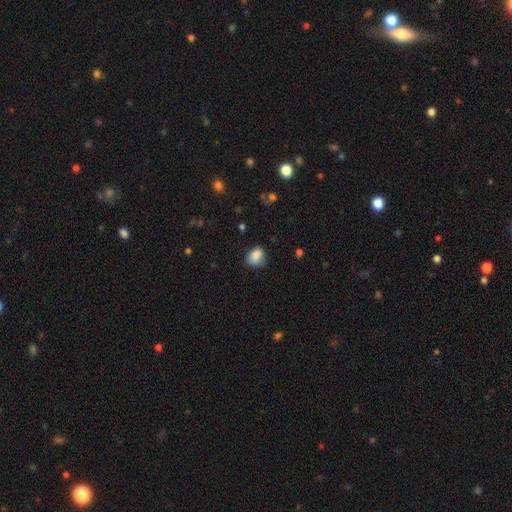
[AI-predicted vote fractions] A smooth galaxy with no disk features (85%) that is in between round and cigar-shaped (58%). Merging: none (66%).